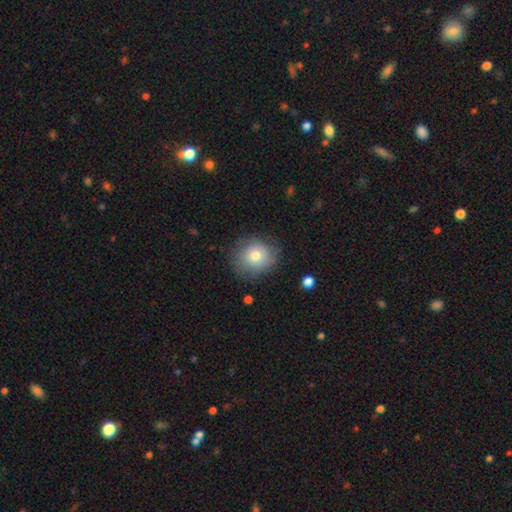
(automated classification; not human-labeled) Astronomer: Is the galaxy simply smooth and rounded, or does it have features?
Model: smooth — 73%.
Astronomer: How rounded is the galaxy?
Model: round — 82%.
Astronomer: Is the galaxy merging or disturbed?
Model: none — 78%.